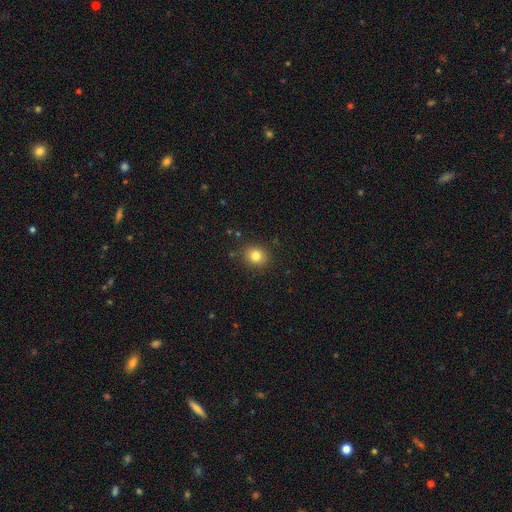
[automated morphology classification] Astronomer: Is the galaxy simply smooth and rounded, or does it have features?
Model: smooth — 82%.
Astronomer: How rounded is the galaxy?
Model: round — 78%.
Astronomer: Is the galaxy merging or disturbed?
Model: none — 88%.